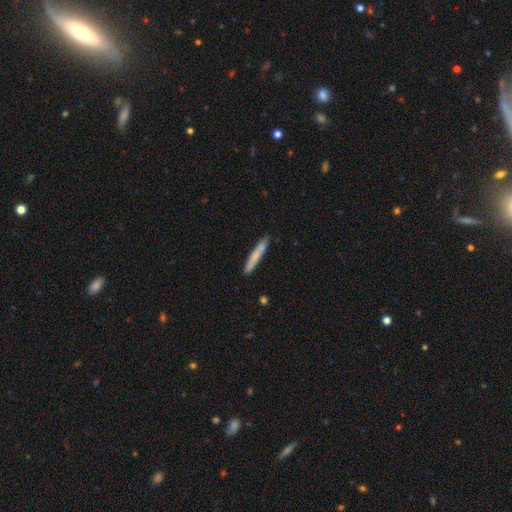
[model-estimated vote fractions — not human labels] smooth_or_featured: smooth (p=0.70) [alt: featured or disk p=0.24]
how_rounded: cigar-shaped (p=0.95) [alt: in between p=0.03]
merging: none (p=0.85) [alt: minor disturbance p=0.11]